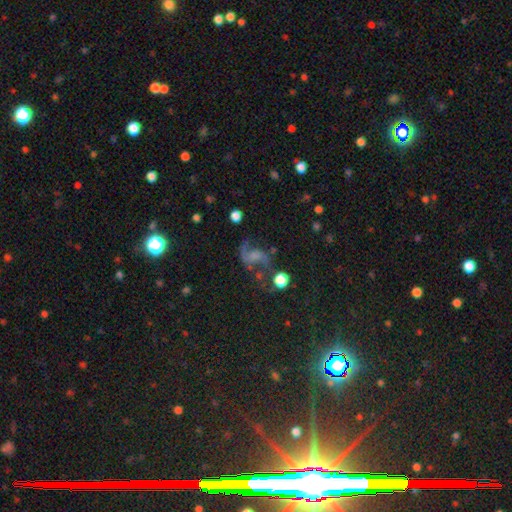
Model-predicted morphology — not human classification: smooth_or_featured: featured or disk (p=0.64) [alt: star or artifact p=0.19]
disk_edge_on: no (p=0.97) [alt: yes p=0.03]
bar: no (p=0.56) [alt: weak p=0.35]
has_spiral_arms: yes (p=0.88) [alt: no p=0.12]
spiral_winding: loose (p=0.70) [alt: medium p=0.25]
spiral_arm_count: 2 (p=0.85) [alt: 1 p=0.07]
bulge_size: none (p=0.33) [alt: small p=0.31]
merging: none (p=0.48) [alt: major disturbance p=0.25]